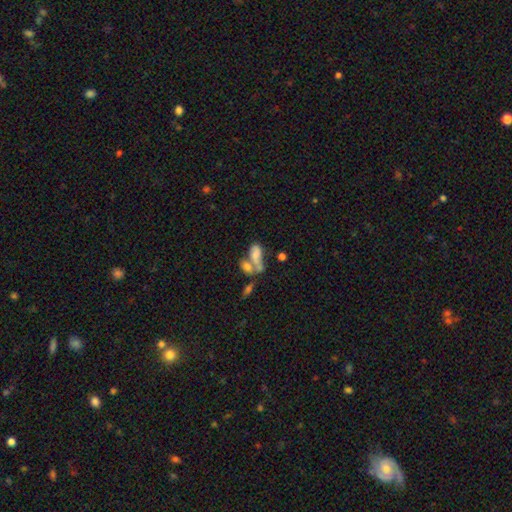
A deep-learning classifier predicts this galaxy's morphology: This appears to be a smooth galaxy with no disk features (65%) that is in between round and cigar-shaped (85%). Merging: merger (55%).